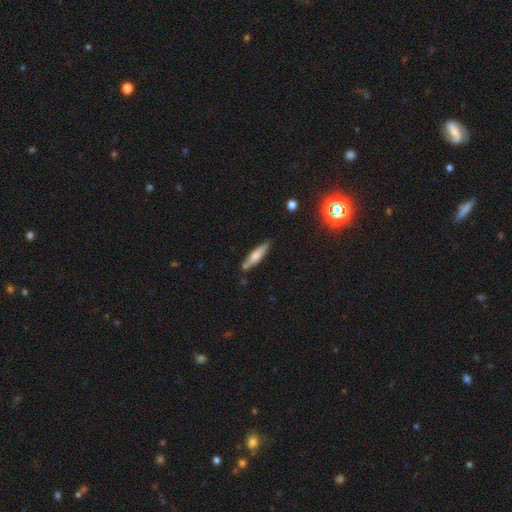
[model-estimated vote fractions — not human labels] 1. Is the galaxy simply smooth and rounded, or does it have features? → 60% smooth, 33% featured or disk, 6% star or artifact.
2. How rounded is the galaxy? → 83% cigar-shaped, 16% in between, 2% round.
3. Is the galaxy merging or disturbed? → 80% none, 14% minor disturbance, 4% merger, 3% major disturbance.